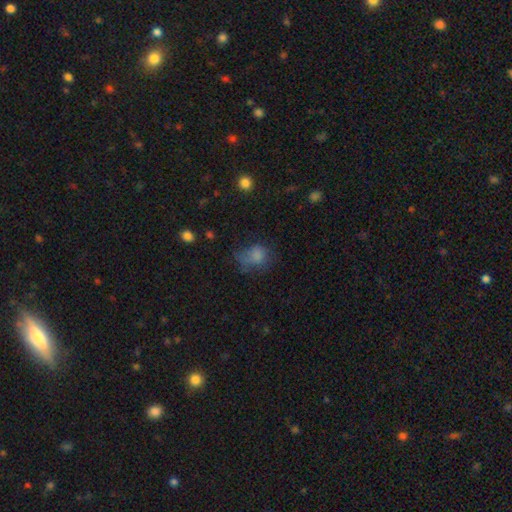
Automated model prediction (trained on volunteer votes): Smooth or featured? Predicted: smooth (p=0.72). How rounded? Predicted: in between (p=0.52). Merging? Predicted: major disturbance (p=0.33, tied with none).